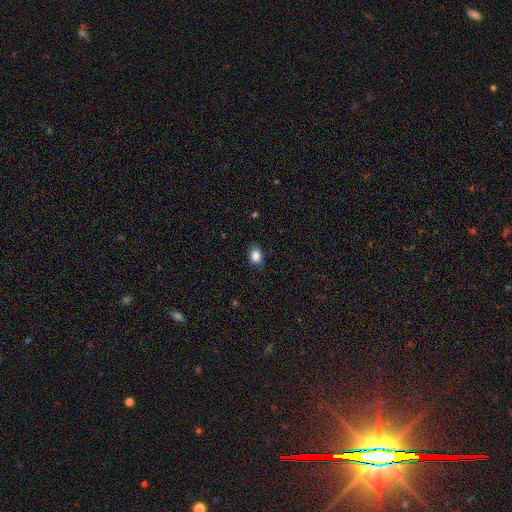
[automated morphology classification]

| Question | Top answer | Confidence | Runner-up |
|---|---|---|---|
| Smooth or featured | smooth | 86% | star or artifact (9%) |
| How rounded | in between | 67% | round (32%) |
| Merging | none | 80% | minor disturbance (16%) |